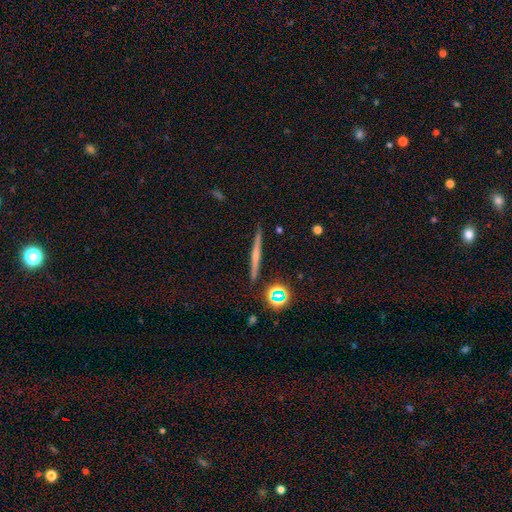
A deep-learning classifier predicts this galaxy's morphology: A featured or disk galaxy (58%) viewed edge-on (97%) with a rounded central bulge (54%).

Vote fractions:
- Smooth or featured? featured or disk: 58% / smooth: 30% / star or artifact: 12%
- Edge-on disk? yes: 97% / no: 3%
- Edge-on bulge? rounded: 54% / none: 39% / boxy: 7%
- Merging? none: 90% / minor disturbance: 7% / merger: 2% / major disturbance: 2%